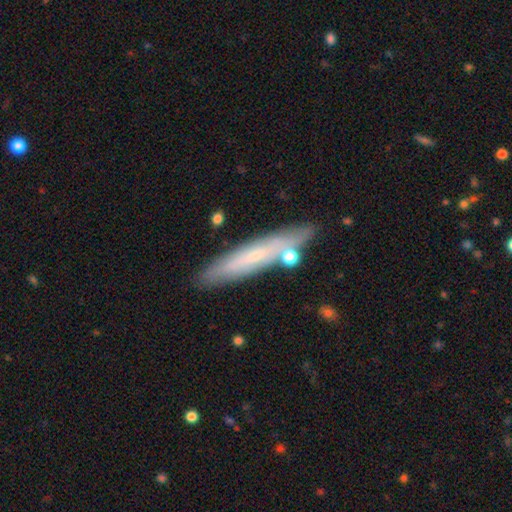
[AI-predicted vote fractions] A smooth galaxy with no disk features (50%) that is cigar-shaped (90%). Merging: none (80%).